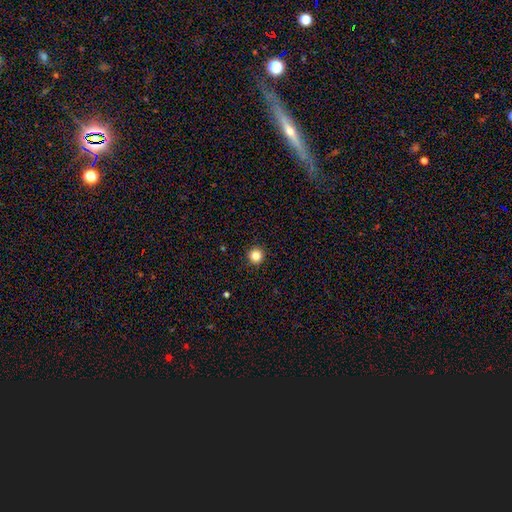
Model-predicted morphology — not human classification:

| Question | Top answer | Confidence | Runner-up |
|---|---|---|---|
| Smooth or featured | smooth | 84% | star or artifact (12%) |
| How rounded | round | 95% | in between (4%) |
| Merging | none | 93% | minor disturbance (4%) |